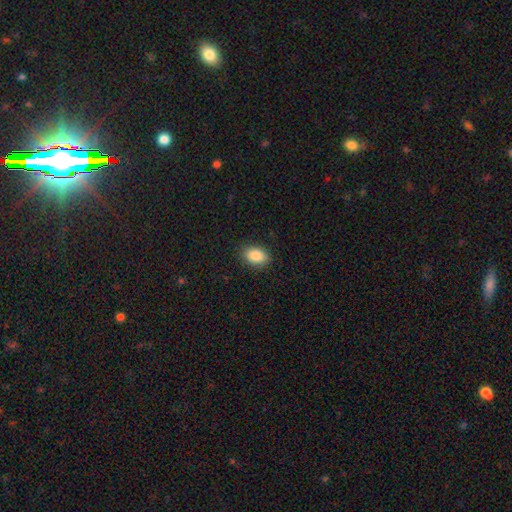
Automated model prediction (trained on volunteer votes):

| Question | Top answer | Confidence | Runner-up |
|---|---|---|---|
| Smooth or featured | smooth | 86% | star or artifact (8%) |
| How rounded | in between | 85% | round (13%) |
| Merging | none | 88% | minor disturbance (9%) |